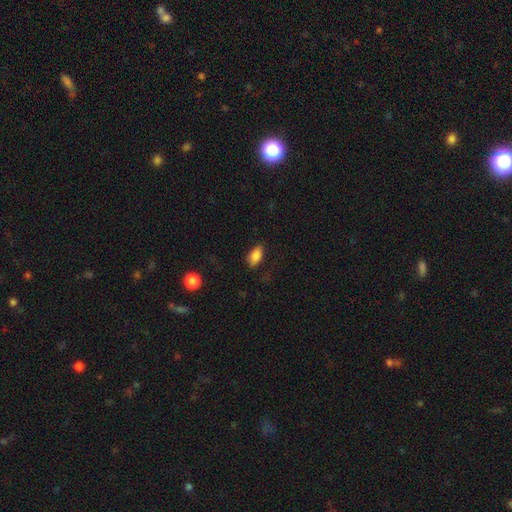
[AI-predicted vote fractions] A smooth galaxy with no disk features (83%) that is in between round and cigar-shaped (89%).

Vote fractions:
- Smooth or featured? smooth: 83% / featured or disk: 8% / star or artifact: 8%
- How rounded? in between: 89% / cigar-shaped: 6% / round: 5%
- Merging? none: 77% / minor disturbance: 17% / major disturbance: 5% / merger: 1%